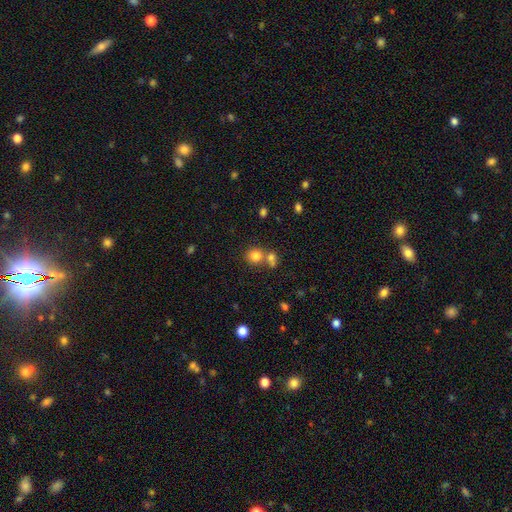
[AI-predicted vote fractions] Smooth or featured: smooth — 80% (star or artifact — 12%)
How rounded: round — 84% (in between — 15%)
Merging: none — 56% (merger — 33%)